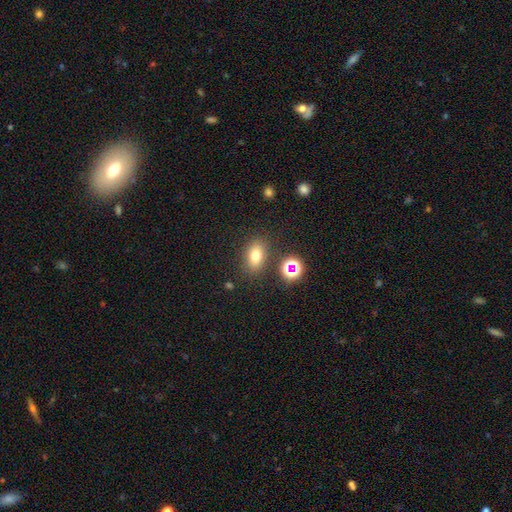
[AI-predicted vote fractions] The model was most divided on "how rounded": in between: 74%, round: 23%, cigar-shaped: 2%. More confident: merging — none (82%); smooth or featured — smooth (72%).